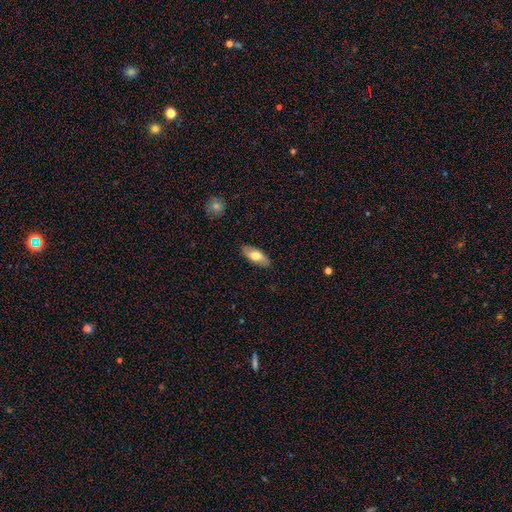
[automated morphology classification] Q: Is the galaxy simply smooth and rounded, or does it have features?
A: smooth — 69%.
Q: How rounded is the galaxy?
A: in between — 83%.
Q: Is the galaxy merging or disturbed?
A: none — 86%.